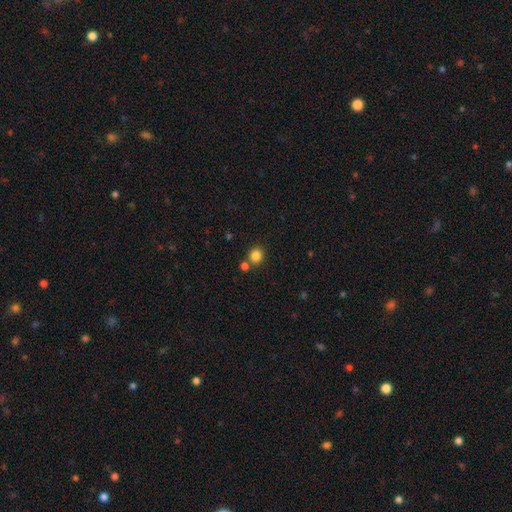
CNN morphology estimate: type=smooth (84%); roundness=round (85%); merging=none (73%).